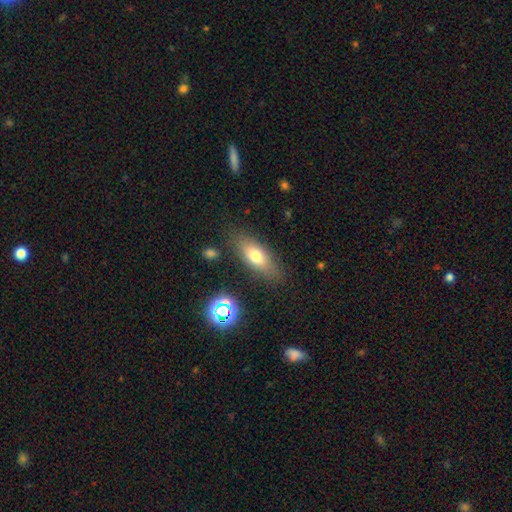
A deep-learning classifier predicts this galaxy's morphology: Overall: smooth (70%). How rounded: in between (75%). Merging: none (81%).